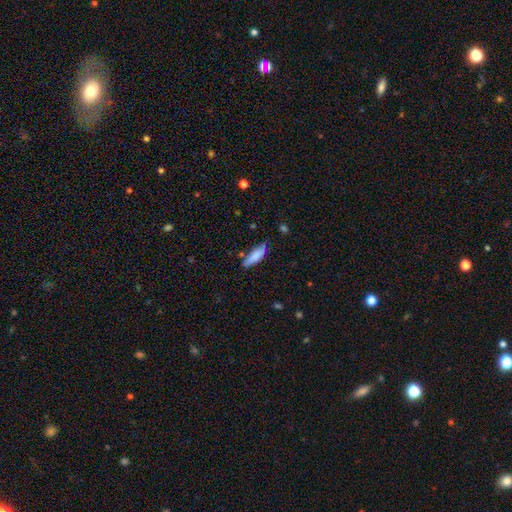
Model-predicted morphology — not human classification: A smooth galaxy with no disk features (79%) that is cigar-shaped (50%).

Vote fractions:
- Smooth or featured? smooth: 79% / featured or disk: 15% / star or artifact: 6%
- How rounded? cigar-shaped: 50% / in between: 48% / round: 2%
- Merging? none: 70% / minor disturbance: 21% / merger: 5% / major disturbance: 4%